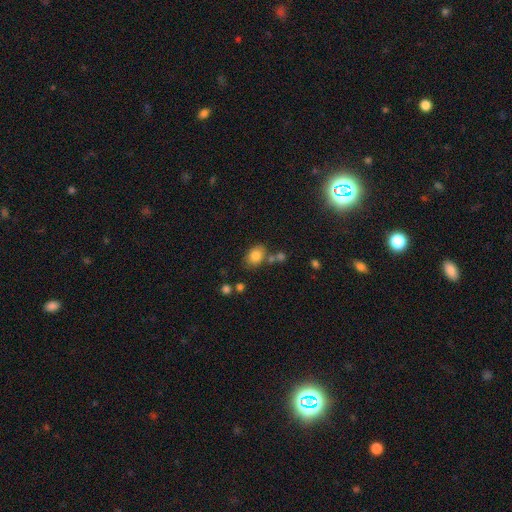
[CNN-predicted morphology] smooth 81%, star or artifact 10%, featured or disk 9%. Down the decision tree: how rounded — in between (71%); merging — none (68%).